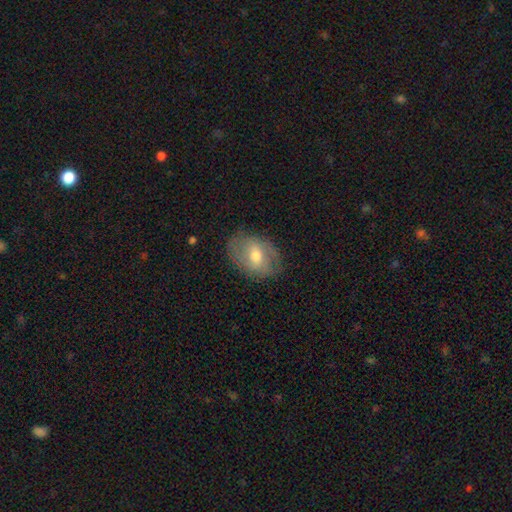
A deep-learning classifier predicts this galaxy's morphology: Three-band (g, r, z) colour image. It shows a featured or disk galaxy (49%). Merging: none (77%).